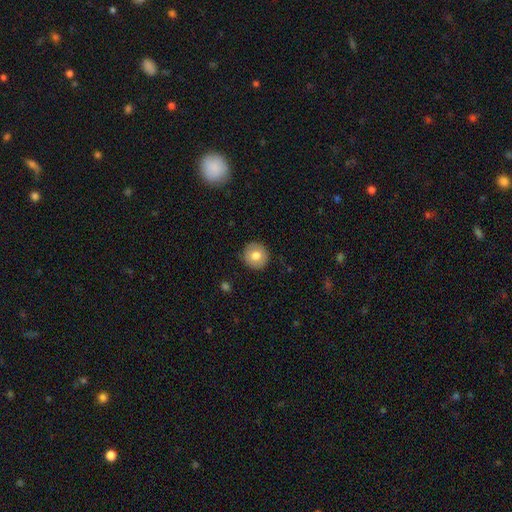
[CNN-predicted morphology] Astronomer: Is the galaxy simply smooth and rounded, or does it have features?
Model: smooth — 77%.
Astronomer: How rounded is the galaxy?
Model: round — 93%.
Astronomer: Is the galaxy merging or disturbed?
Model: none — 89%.